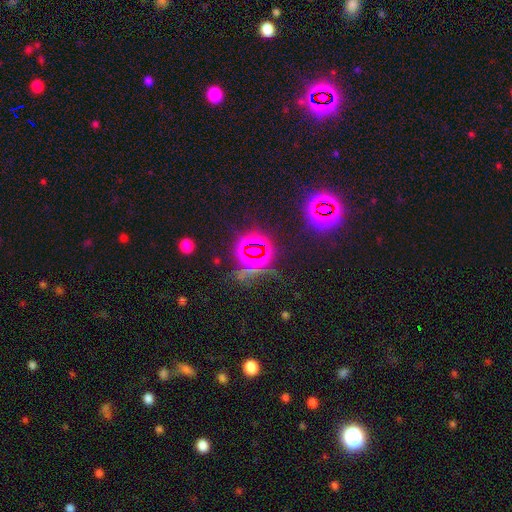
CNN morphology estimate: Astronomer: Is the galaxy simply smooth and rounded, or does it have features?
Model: star or artifact — 79%.